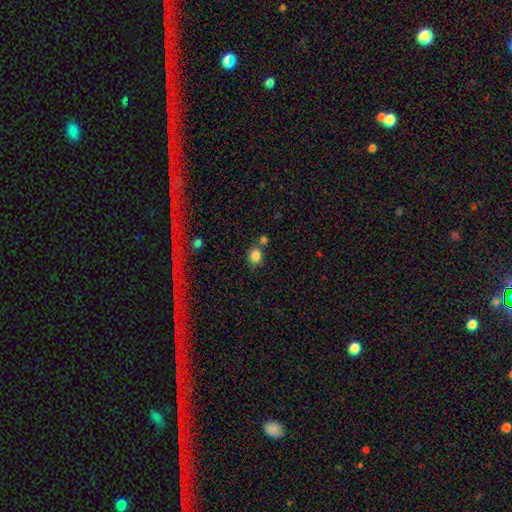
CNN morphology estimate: Smooth or featured: smooth — 84% (star or artifact — 10%)
How rounded: round — 64% (in between — 35%)
Merging: none — 69% (merger — 16%)